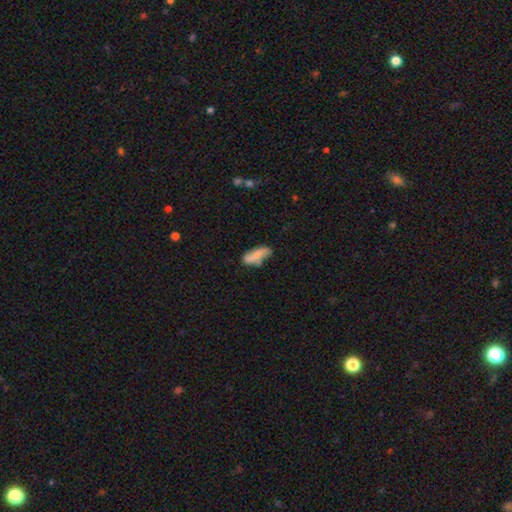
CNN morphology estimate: Smooth or featured? smooth (57%)
How rounded? in between (69%)
Merging? none (48%)